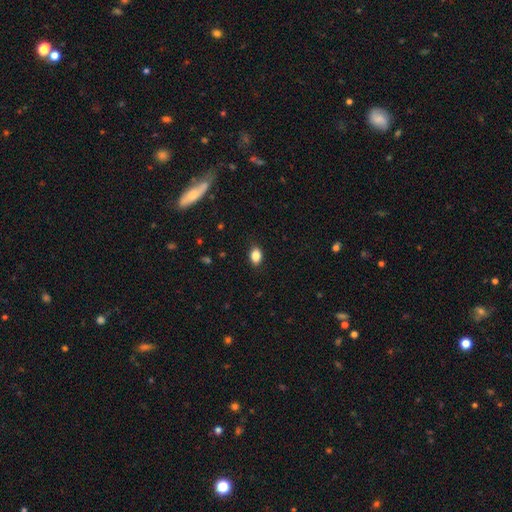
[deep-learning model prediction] Smooth or featured? Predicted: smooth (p=0.86). How rounded? Predicted: in between (p=0.78). Merging? Predicted: none (p=0.87).